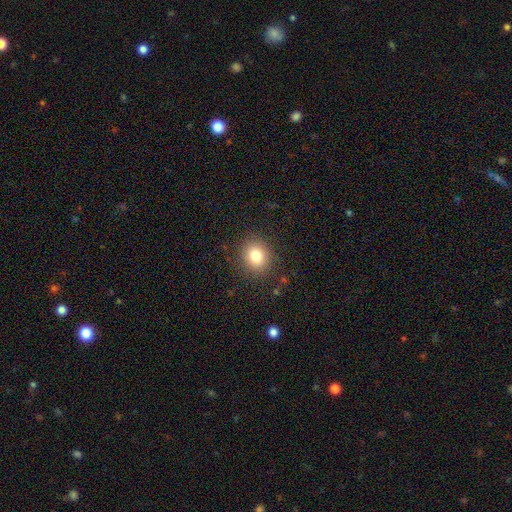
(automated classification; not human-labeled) Smooth or featured? Predicted: smooth (p=0.80). How rounded? Predicted: round (p=0.76). Merging? Predicted: none (p=0.88).